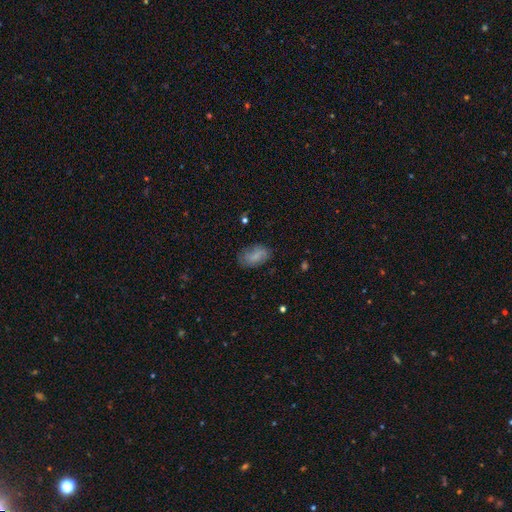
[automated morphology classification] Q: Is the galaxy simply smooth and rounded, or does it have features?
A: smooth — 68%.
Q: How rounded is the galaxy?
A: in between — 90%.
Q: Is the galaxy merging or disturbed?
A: none — 70%.